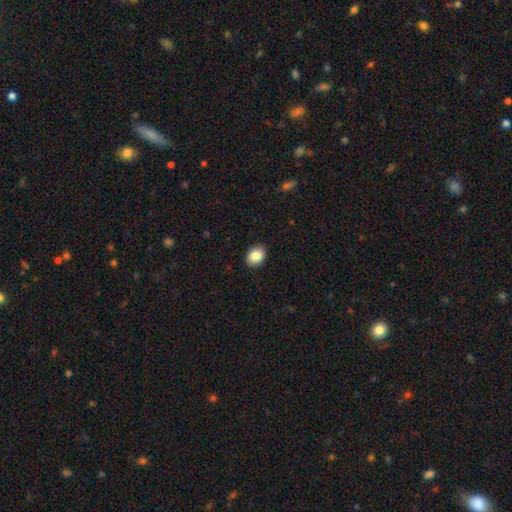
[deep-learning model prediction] The model was most divided on "how rounded": in between: 68%, round: 31%, cigar-shaped: 1%. More confident: merging — none (90%); smooth or featured — smooth (86%).